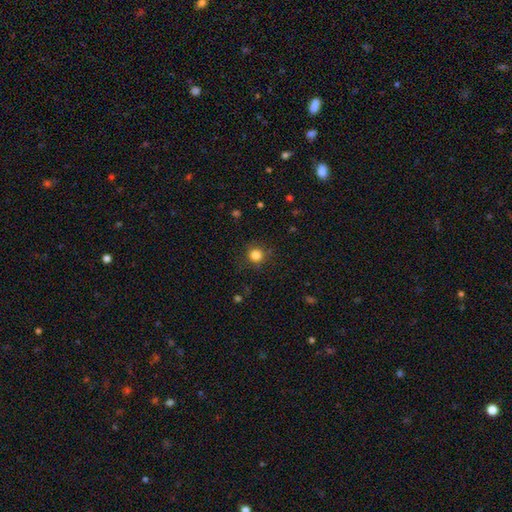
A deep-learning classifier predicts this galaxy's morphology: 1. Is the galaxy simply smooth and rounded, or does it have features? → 83% smooth, 13% star or artifact, 5% featured or disk.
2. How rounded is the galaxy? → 93% round, 6% in between, 1% cigar-shaped.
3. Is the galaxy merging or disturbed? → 87% none, 8% minor disturbance, 3% major disturbance, 1% merger.